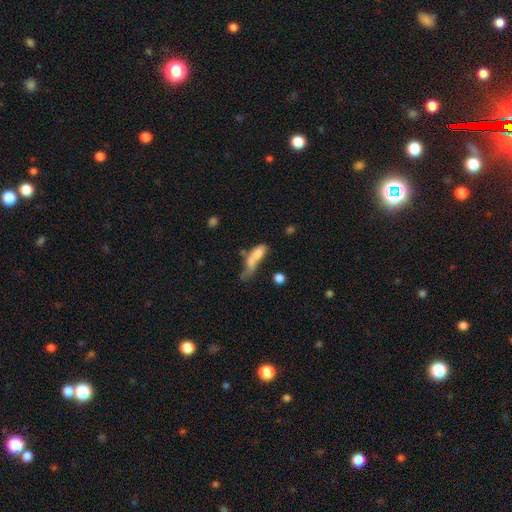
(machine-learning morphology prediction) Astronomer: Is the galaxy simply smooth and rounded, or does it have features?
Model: smooth — 65%.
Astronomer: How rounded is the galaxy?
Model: in between — 54% (runner-up: cigar-shaped, 41%).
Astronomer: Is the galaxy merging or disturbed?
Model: merger — 35% (runner-up: major disturbance, 29%).